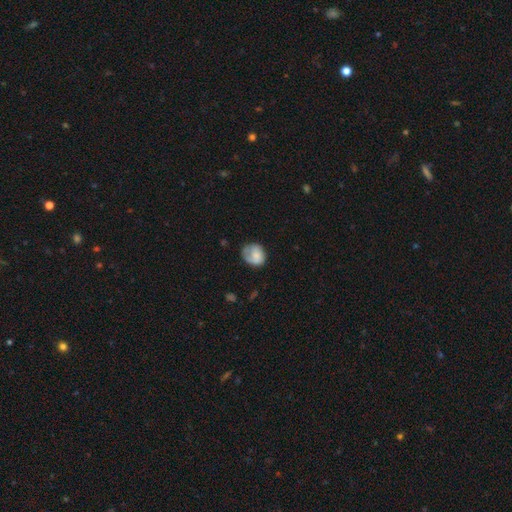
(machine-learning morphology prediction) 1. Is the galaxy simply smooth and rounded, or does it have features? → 65% smooth, 28% featured or disk, 7% star or artifact.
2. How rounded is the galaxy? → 55% round, 44% in between, 1% cigar-shaped.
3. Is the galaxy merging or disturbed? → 51% none, 30% minor disturbance, 16% major disturbance, 2% merger.